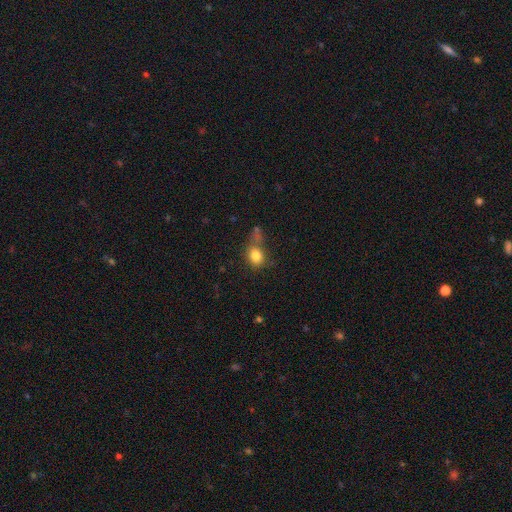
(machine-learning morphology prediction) This appears to be a smooth galaxy with no disk features (80%) that is round (59%). Merging: none (48%).